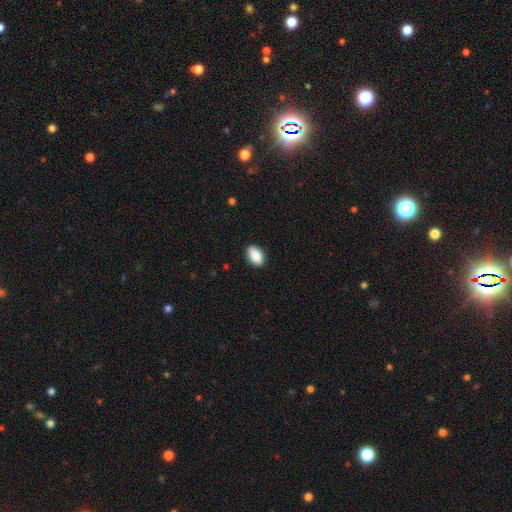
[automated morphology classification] Q: Smooth or featured?
A: smooth (85%); runner-up: featured or disk (8%)
Q: How rounded?
A: in between (90%); runner-up: round (8%)
Q: Merging?
A: none (88%); runner-up: minor disturbance (9%)